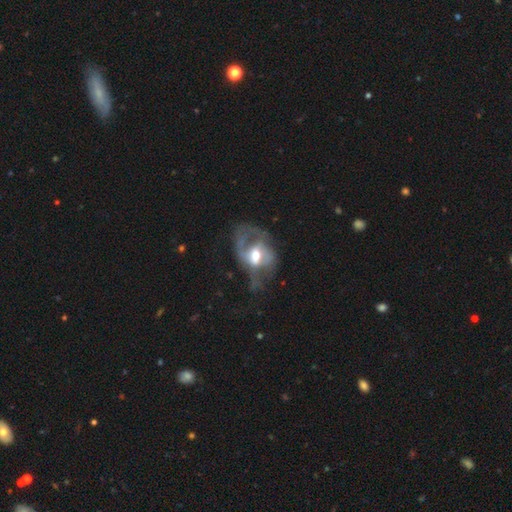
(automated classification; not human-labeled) Smooth or featured: featured or disk — 68% (smooth — 26%)
Edge-on disk: no — 95% (yes — 5%)
Bar: no — 44% (weak — 38%)
Spiral arms: yes — 58% (no — 42%)
Bulge size: moderate — 66% (large — 18%)
Merging: major disturbance — 47% (none — 29%)